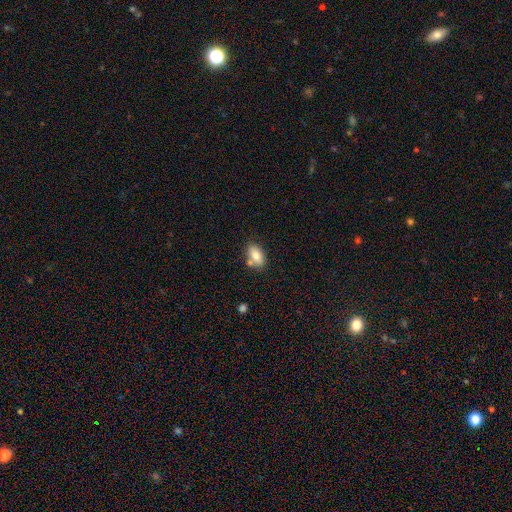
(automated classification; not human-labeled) This is likely a smooth galaxy (79%). How rounded: clearly in between (90%). Merging: likely none (65%).